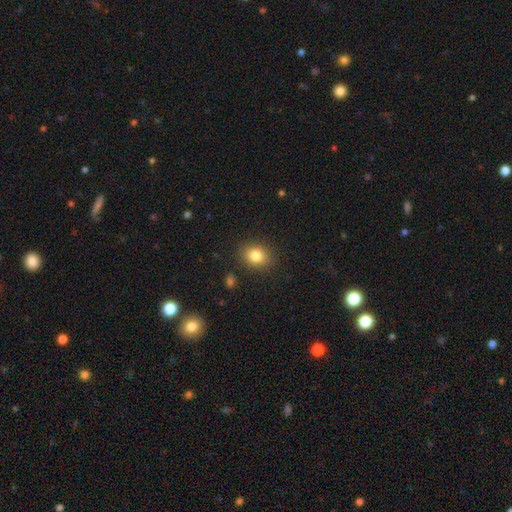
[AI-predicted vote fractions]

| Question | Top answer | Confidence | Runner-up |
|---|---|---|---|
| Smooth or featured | smooth | 83% | star or artifact (11%) |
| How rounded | round | 51% | in between (48%) |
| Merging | none | 86% | minor disturbance (9%) |